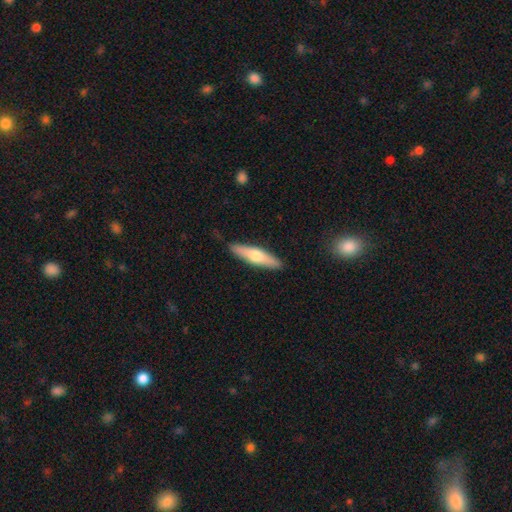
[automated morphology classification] The model was most divided on "smooth or featured": smooth: 55%, featured or disk: 40%, star or artifact: 5%. More confident: merging — none (87%); how rounded — cigar-shaped (75%).